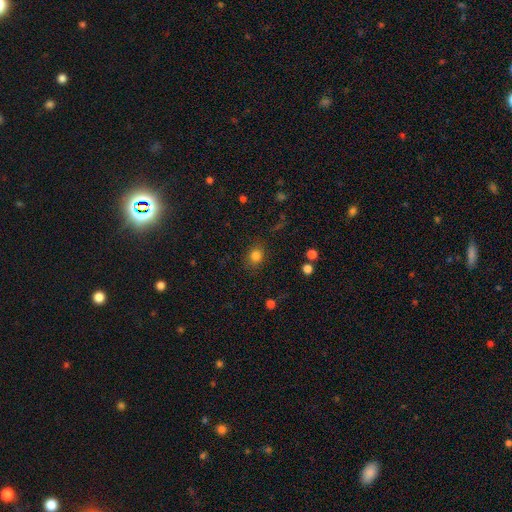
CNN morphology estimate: Smooth or featured: smooth — 82% (star or artifact — 13%)
How rounded: round — 62% (in between — 36%)
Merging: none — 83% (minor disturbance — 12%)